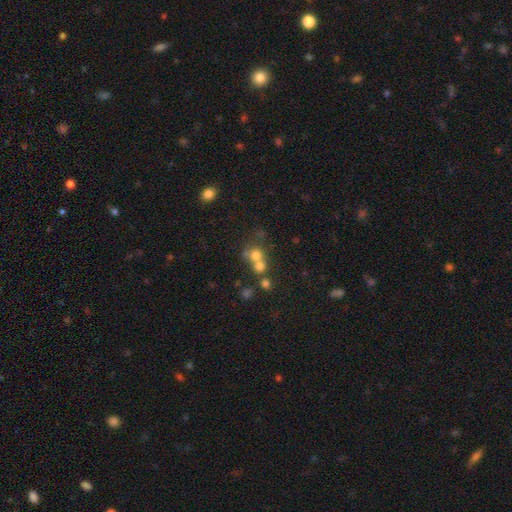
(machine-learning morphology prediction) This is likely a smooth galaxy (66%). How rounded: clearly round (83%). Merging: possibly merger (54%).